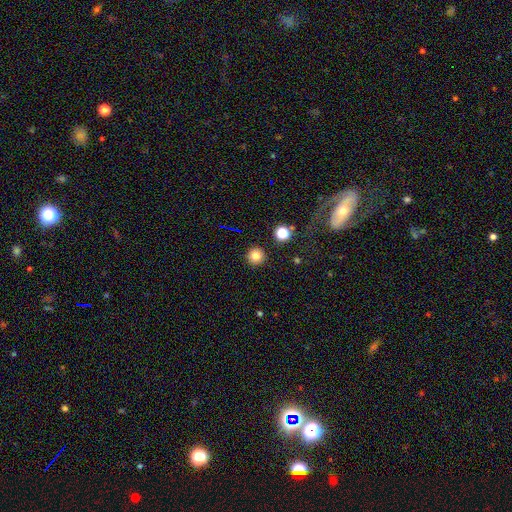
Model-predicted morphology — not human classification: Smooth or featured: smooth — 81% (star or artifact — 13%)
How rounded: round — 95% (in between — 4%)
Merging: none — 91% (minor disturbance — 5%)